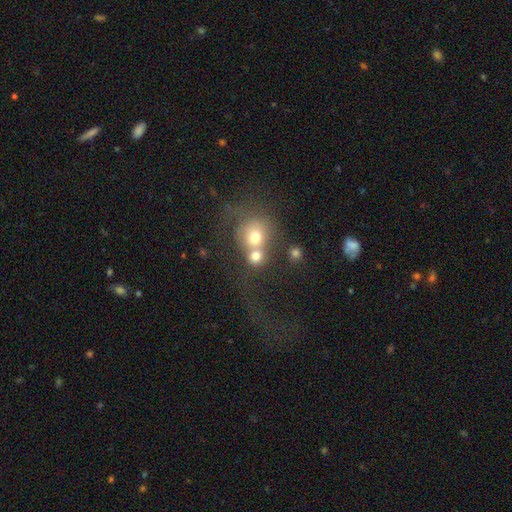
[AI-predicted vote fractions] The model was most divided on "merging": merger: 58%, none: 28%, major disturbance: 7%, minor disturbance: 7%. More confident: how rounded — round (80%); smooth or featured — smooth (69%).